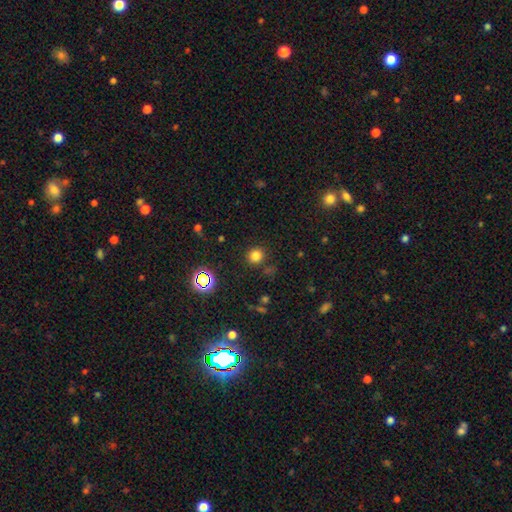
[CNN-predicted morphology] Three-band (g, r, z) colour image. It shows a smooth galaxy with no disk features (76%) that is round (92%). Merging: none (86%).